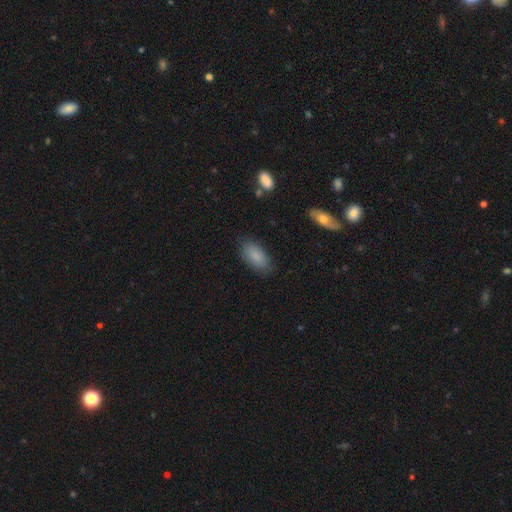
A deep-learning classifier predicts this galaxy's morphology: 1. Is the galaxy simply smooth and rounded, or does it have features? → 85% smooth, 8% featured or disk, 7% star or artifact.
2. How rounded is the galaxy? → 91% in between, 5% cigar-shaped, 3% round.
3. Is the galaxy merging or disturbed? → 83% none, 13% minor disturbance, 3% major disturbance, 1% merger.